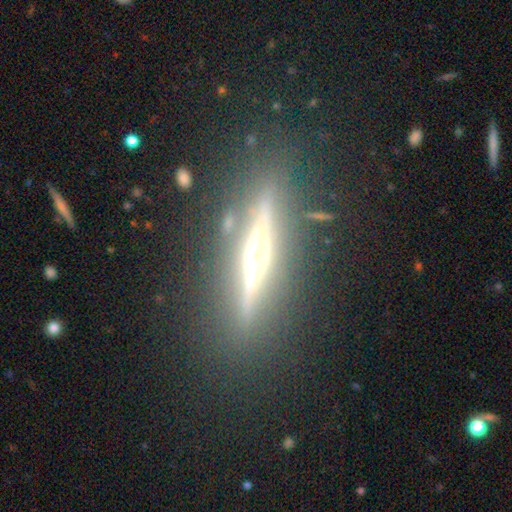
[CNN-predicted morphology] Smooth or featured: featured or disk — 81% (smooth — 11%)
Edge-on disk: yes — 96% (no — 4%)
Edge-on bulge: rounded — 76% (none — 13%)
Merging: none — 87% (minor disturbance — 9%)